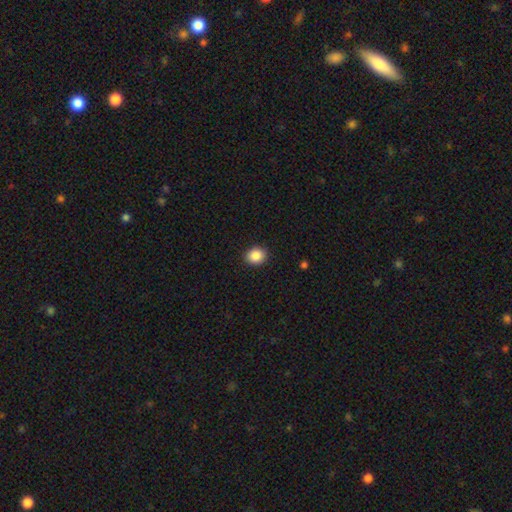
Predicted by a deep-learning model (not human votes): smooth-or-featured: smooth: 88% | star or artifact: 9% | featured or disk: 3%
  how-rounded: round: 69% | in between: 30% | cigar-shaped: 1%
  merging: none: 90% | minor disturbance: 7% | major disturbance: 2% | merger: 1%